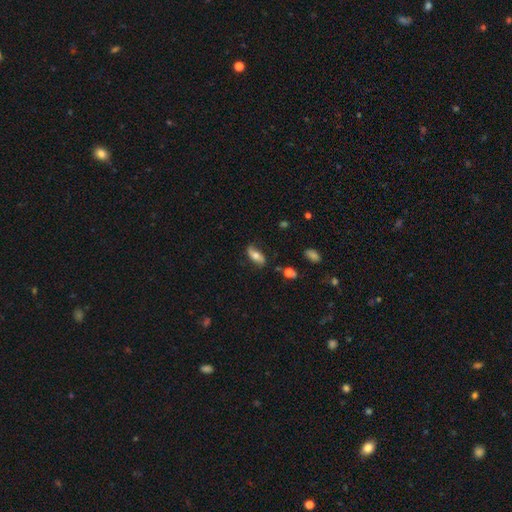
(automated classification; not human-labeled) smooth_or_featured: smooth (p=0.60) [alt: featured or disk p=0.32]
how_rounded: in between (p=0.81) [alt: cigar-shaped p=0.16]
merging: none (p=0.75) [alt: minor disturbance p=0.18]